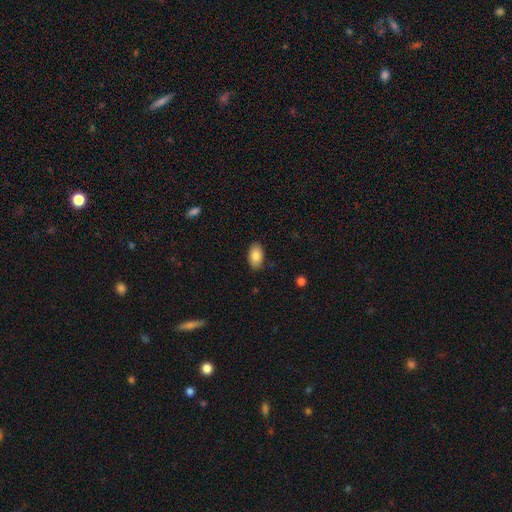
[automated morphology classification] A smooth galaxy with no disk features (86%) that is in between round and cigar-shaped (94%).

Vote fractions:
- Smooth or featured? smooth: 86% / star or artifact: 7% / featured or disk: 7%
- How rounded? in between: 94% / round: 5% / cigar-shaped: 2%
- Merging? none: 87% / minor disturbance: 10% / major disturbance: 2% / merger: 1%